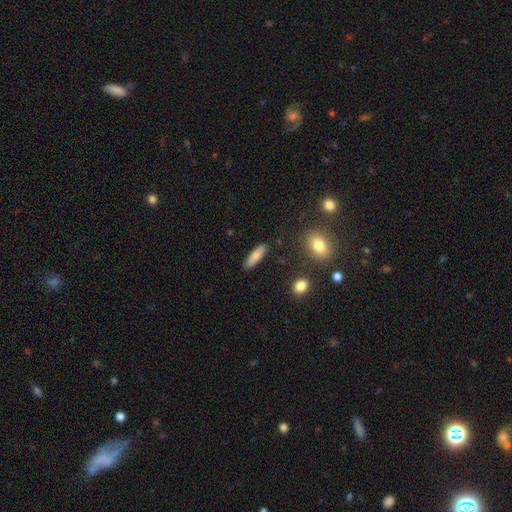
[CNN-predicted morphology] Smooth or featured?
  - smooth: 76% *
  - featured or disk: 17%
  - star or artifact: 7%
How rounded?
  - cigar-shaped: 58% *
  - in between: 40%
  - round: 3%
Merging?
  - none: 87% *
  - minor disturbance: 9%
  - major disturbance: 2%
  - merger: 2%